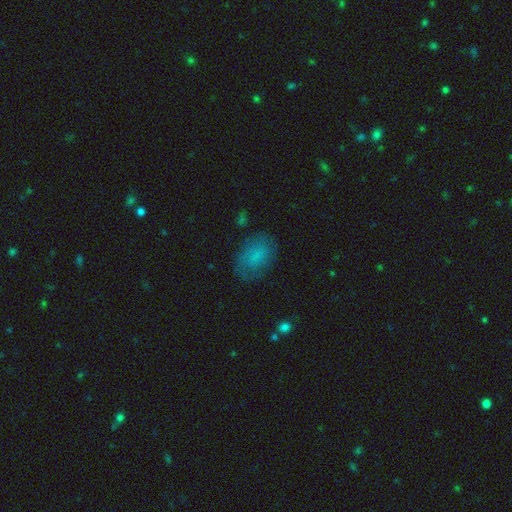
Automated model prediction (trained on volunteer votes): This appears to be a smooth galaxy with no disk features (64%) that is in between round and cigar-shaped (80%). Merging: none (71%).